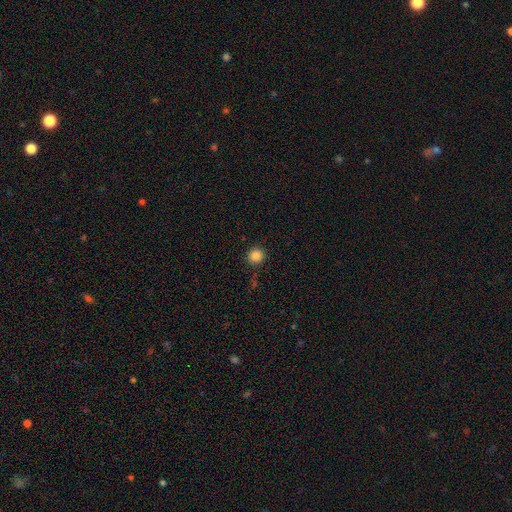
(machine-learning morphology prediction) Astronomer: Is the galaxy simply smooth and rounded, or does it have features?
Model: smooth — 85%.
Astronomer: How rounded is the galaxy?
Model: round — 94%.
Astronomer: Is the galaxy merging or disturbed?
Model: none — 90%.